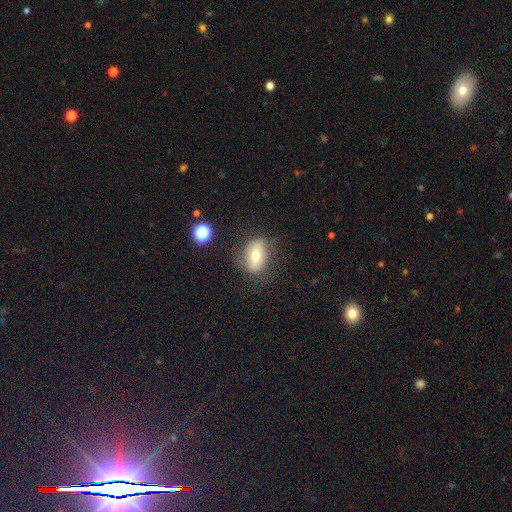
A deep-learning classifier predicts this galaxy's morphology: This appears to be a smooth galaxy with no disk features (57%) that is in between round and cigar-shaped (77%). Merging: none (74%).